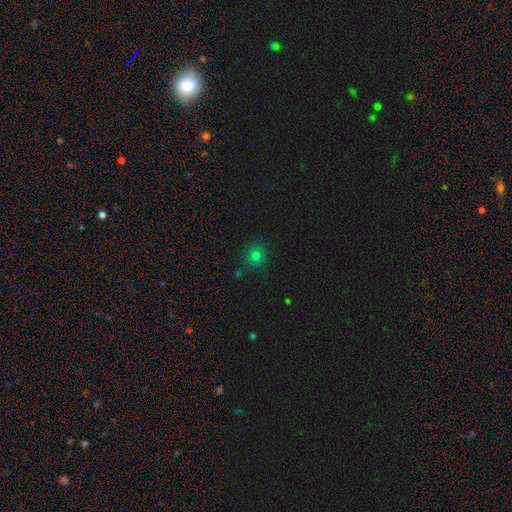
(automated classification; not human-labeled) Q: Smooth or featured?
A: smooth (72%); runner-up: star or artifact (20%)
Q: How rounded?
A: round (88%); runner-up: in between (11%)
Q: Merging?
A: none (82%); runner-up: minor disturbance (11%)